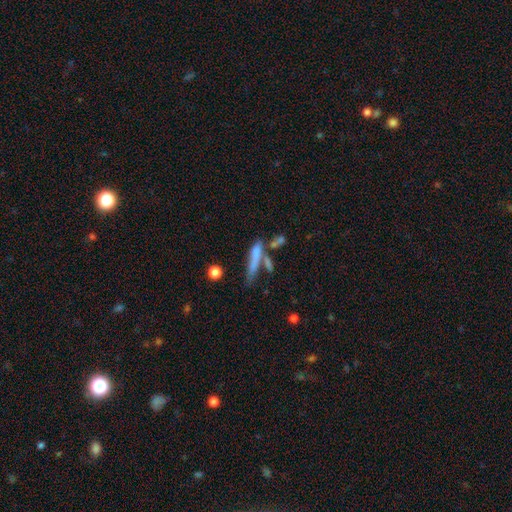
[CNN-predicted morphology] smooth_or_featured: smooth (p=0.65) [alt: featured or disk p=0.25]
how_rounded: cigar-shaped (p=0.79) [alt: in between p=0.17]
merging: none (p=0.41) [alt: merger p=0.29]